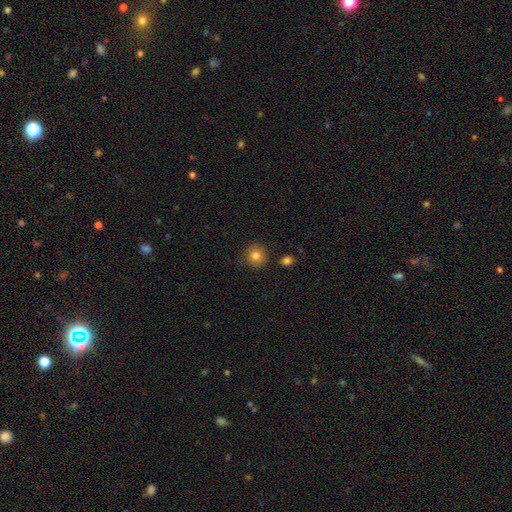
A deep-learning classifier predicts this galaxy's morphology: Smooth or featured? Predicted: smooth (p=0.82). How rounded? Predicted: round (p=0.89). Merging? Predicted: none (p=0.87).